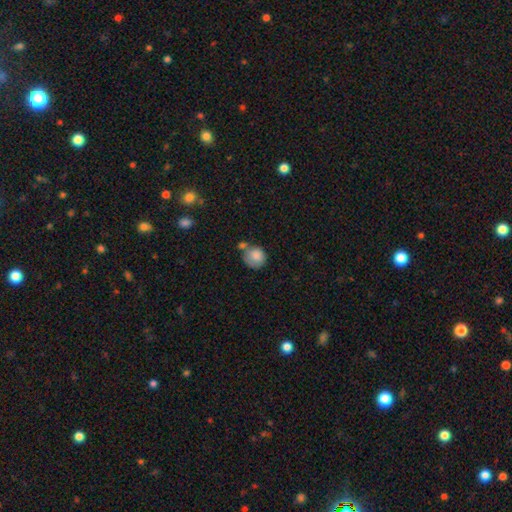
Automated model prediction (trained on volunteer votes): This appears to be a smooth galaxy with no disk features (82%) that is round (78%). Merging: none (45%).